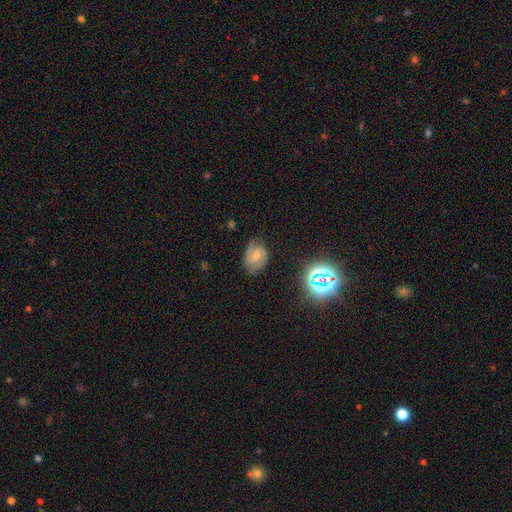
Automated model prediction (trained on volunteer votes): The model was most divided on "smooth or featured": featured or disk: 47%, smooth: 38%, star or artifact: 14%. More confident: merging — none (69%).